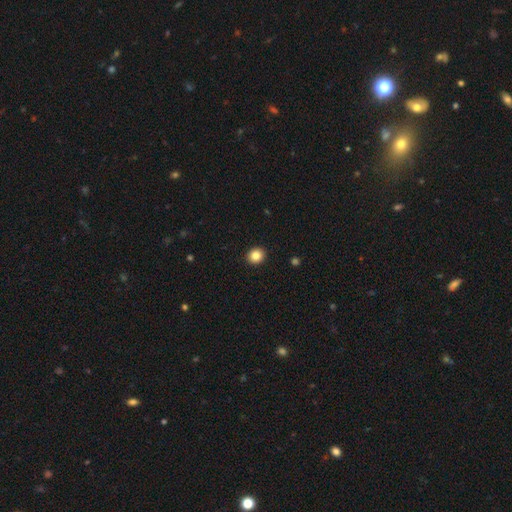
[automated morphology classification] This is clearly a smooth galaxy (84%). How rounded: likely round (78%). Merging: clearly none (93%).